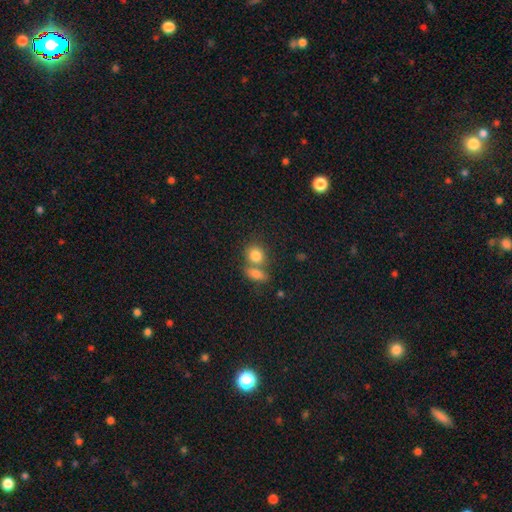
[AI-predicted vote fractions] Smooth or featured?
  - smooth: 82% *
  - featured or disk: 9%
  - star or artifact: 9%
How rounded?
  - round: 62% *
  - in between: 36%
  - cigar-shaped: 2%
Merging?
  - merger: 47% *
  - none: 41%
  - minor disturbance: 8%
  - major disturbance: 4%